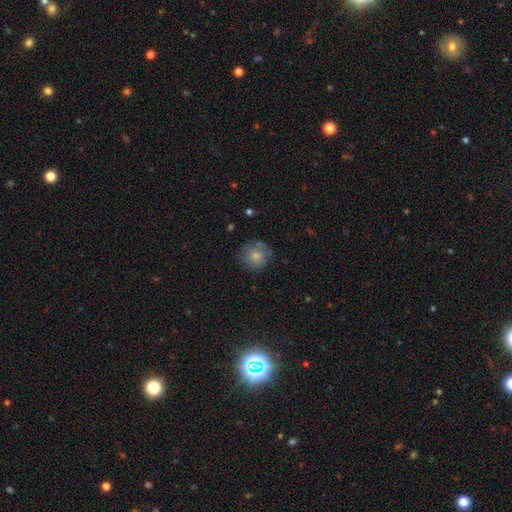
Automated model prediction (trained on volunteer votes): This appears to be a smooth galaxy with no disk features (77%) that is round (91%). Merging: none (76%).